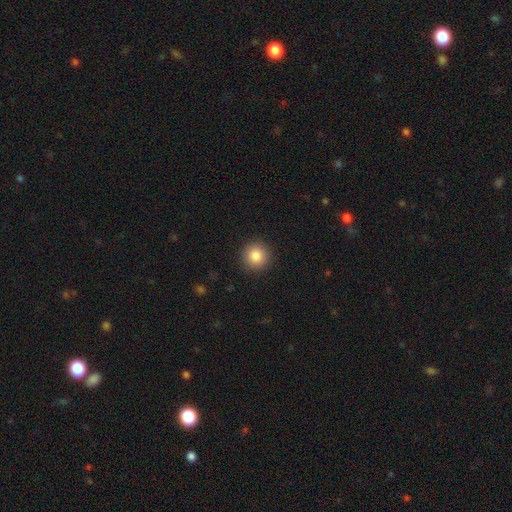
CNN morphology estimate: smooth 86%, star or artifact 9%, featured or disk 5%. Down the decision tree: how rounded — round (94%); merging — none (91%).